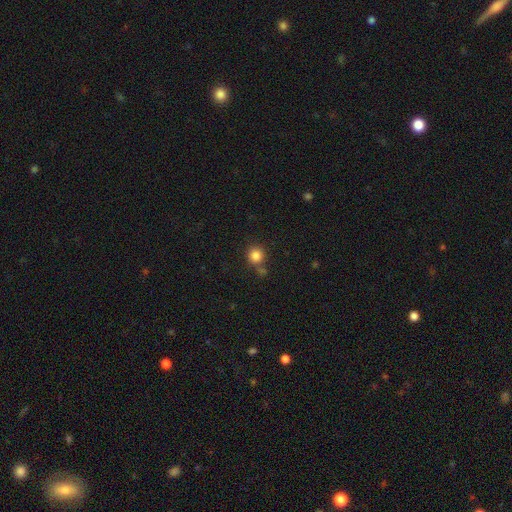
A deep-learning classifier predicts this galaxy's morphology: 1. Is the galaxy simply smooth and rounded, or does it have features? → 84% smooth, 11% star or artifact, 5% featured or disk.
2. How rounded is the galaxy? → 91% round, 8% in between, 1% cigar-shaped.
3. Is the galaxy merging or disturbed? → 74% none, 14% merger, 10% minor disturbance, 3% major disturbance.